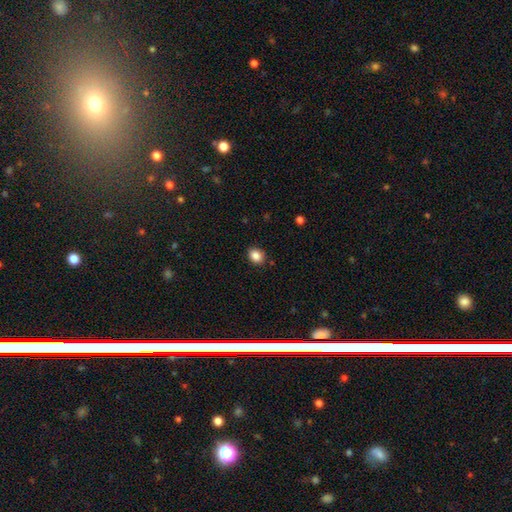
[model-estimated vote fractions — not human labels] This is clearly a smooth galaxy (86%). How rounded: possibly round (55%). Merging: clearly none (88%).